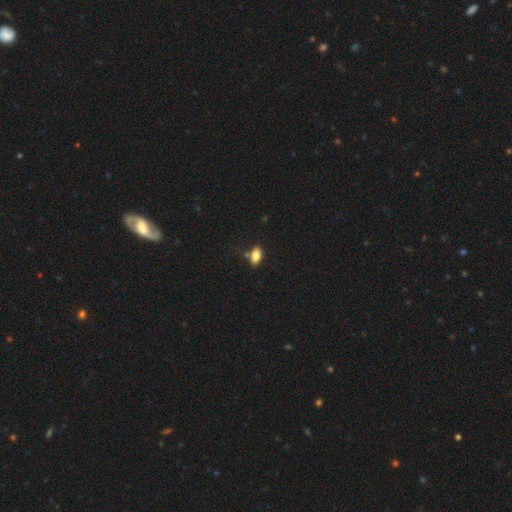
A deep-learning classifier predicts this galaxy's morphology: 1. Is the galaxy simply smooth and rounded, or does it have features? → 80% smooth, 11% featured or disk, 9% star or artifact.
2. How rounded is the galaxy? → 88% in between, 7% round, 5% cigar-shaped.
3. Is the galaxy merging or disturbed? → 71% none, 17% minor disturbance, 8% merger, 4% major disturbance.